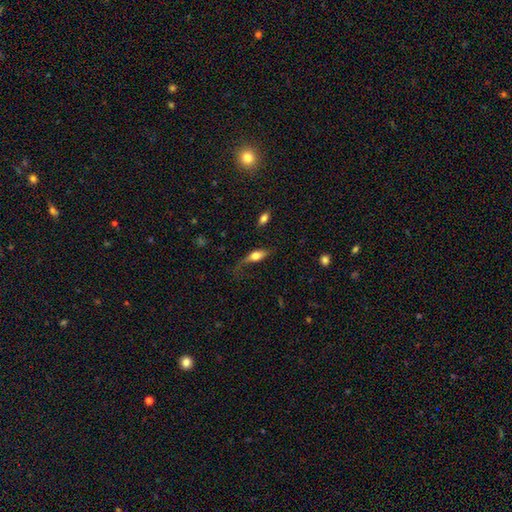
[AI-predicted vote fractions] Morphology: type=smooth (67%); roundness=in between (75%); merging=none (38%).